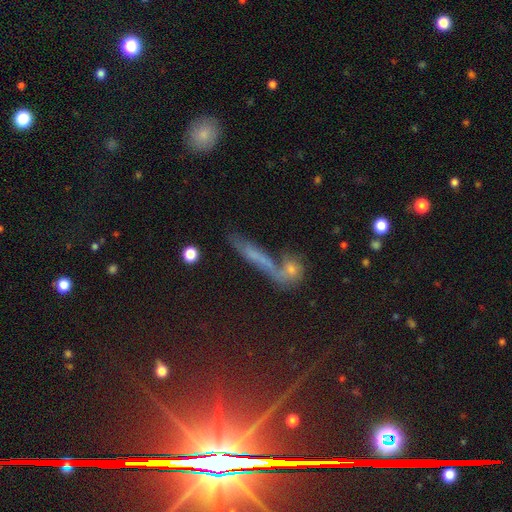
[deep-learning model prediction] A smooth galaxy with no disk features (53%) that is cigar-shaped (72%).

Vote fractions:
- Smooth or featured? smooth: 53% / featured or disk: 31% / star or artifact: 17%
- How rounded? cigar-shaped: 72% / in between: 20% / round: 9%
- Merging? none: 44% / merger: 32% / minor disturbance: 14% / major disturbance: 10%